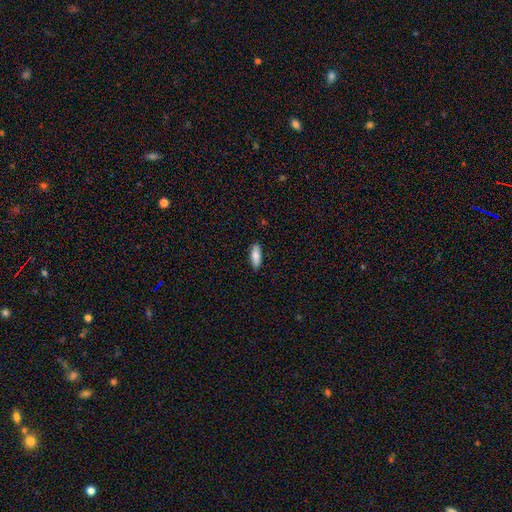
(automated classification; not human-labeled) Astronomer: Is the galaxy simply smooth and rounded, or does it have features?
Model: smooth — 82%.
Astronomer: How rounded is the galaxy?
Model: in between — 73%.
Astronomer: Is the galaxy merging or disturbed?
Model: none — 88%.